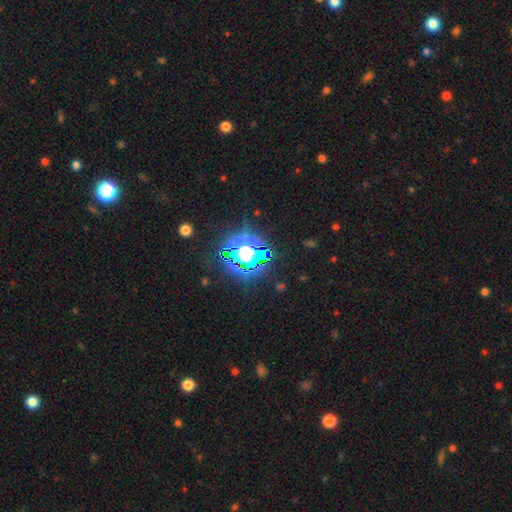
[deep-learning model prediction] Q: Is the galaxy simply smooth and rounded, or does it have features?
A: star or artifact — 70%.